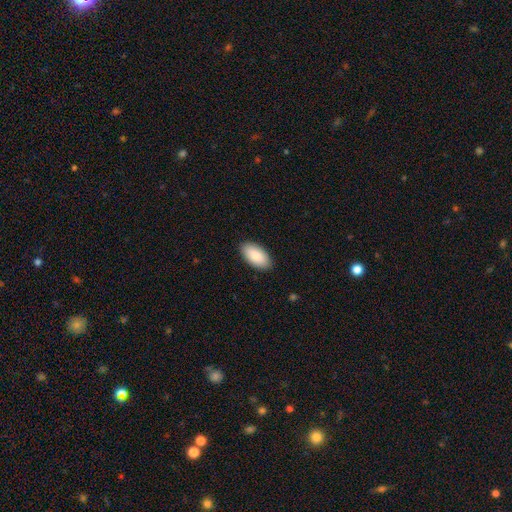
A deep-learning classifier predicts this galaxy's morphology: A smooth galaxy with no disk features (88%) that is in between round and cigar-shaped (96%).

Vote fractions:
- Smooth or featured? smooth: 88% / featured or disk: 6% / star or artifact: 6%
- How rounded? in between: 96% / cigar-shaped: 2% / round: 2%
- Merging? none: 89% / minor disturbance: 9% / major disturbance: 2% / merger: 1%